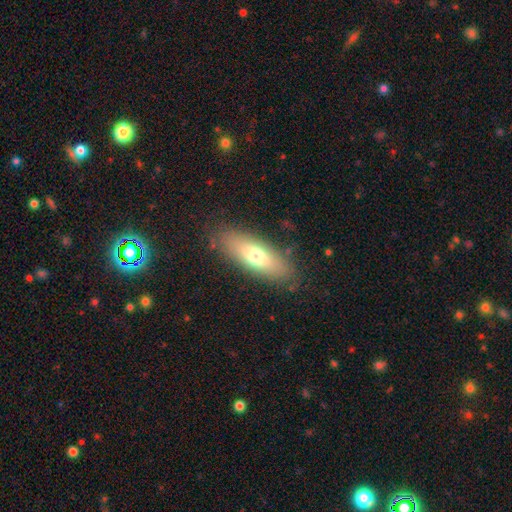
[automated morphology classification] Overall: smooth (67%). How rounded: in between (63%; cigar-shaped 34%). Merging: none (83%).